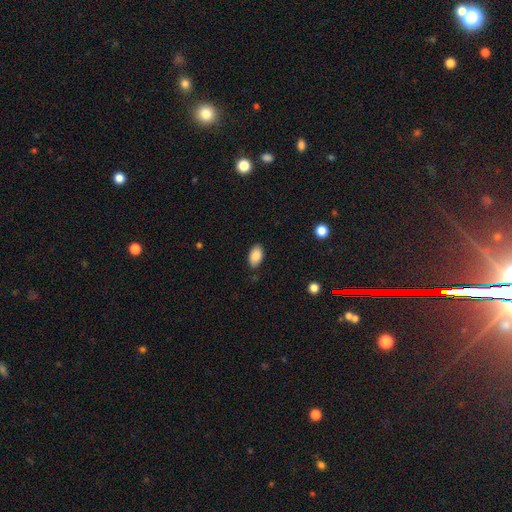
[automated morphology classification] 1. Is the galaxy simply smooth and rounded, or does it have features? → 88% smooth, 7% star or artifact, 5% featured or disk.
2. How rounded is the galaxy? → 93% in between, 5% round, 1% cigar-shaped.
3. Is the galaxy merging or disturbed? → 84% none, 12% minor disturbance, 2% major disturbance, 1% merger.